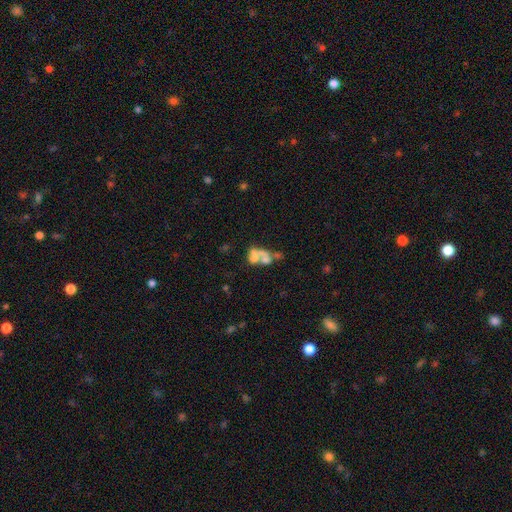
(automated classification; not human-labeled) A smooth galaxy with no disk features (44%).

Vote fractions:
- Smooth or featured? smooth: 44% / featured or disk: 43% / star or artifact: 14%
- Merging? merger: 58% / none: 18% / major disturbance: 15% / minor disturbance: 9%